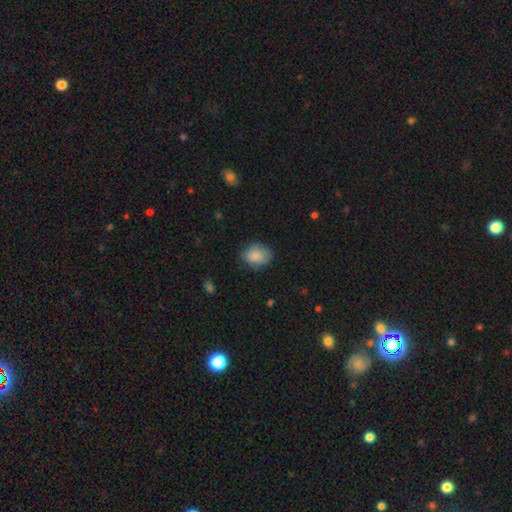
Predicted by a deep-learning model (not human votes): The model was most divided on "how rounded": in between: 50%, round: 49%, cigar-shaped: 1%. More confident: smooth or featured — smooth (85%); merging — none (73%).